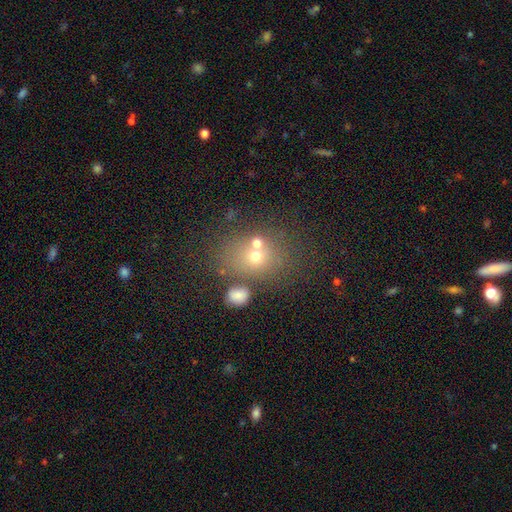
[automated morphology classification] This is possibly a smooth galaxy (59%). How rounded: possibly round (58%). Merging: possibly none (48%).